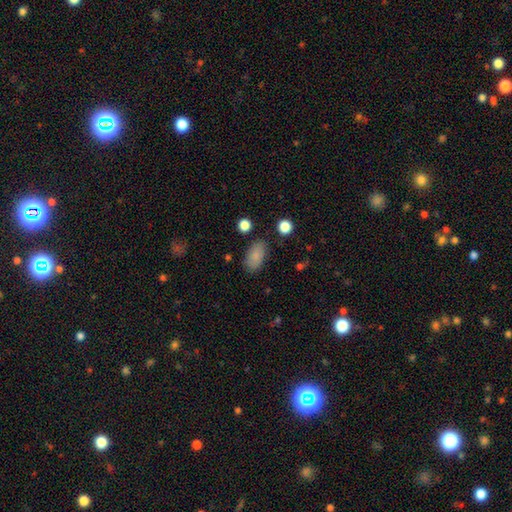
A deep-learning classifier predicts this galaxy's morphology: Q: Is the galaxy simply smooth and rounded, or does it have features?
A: smooth — 85%.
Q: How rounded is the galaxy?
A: in between — 91%.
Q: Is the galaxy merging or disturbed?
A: none — 82%.